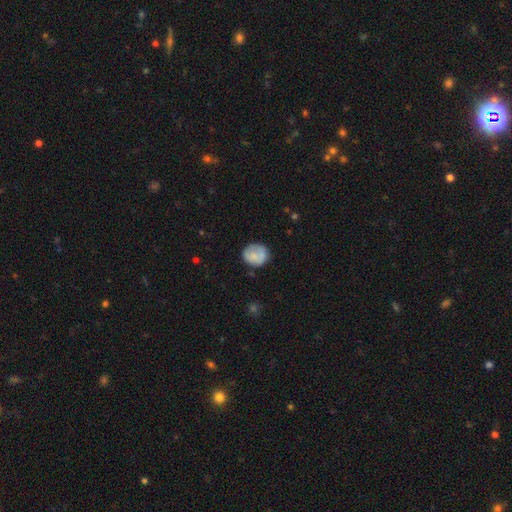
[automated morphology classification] Smooth or featured: smooth — 73% (featured or disk — 20%)
How rounded: round — 77% (in between — 22%)
Merging: none — 69% (minor disturbance — 22%)